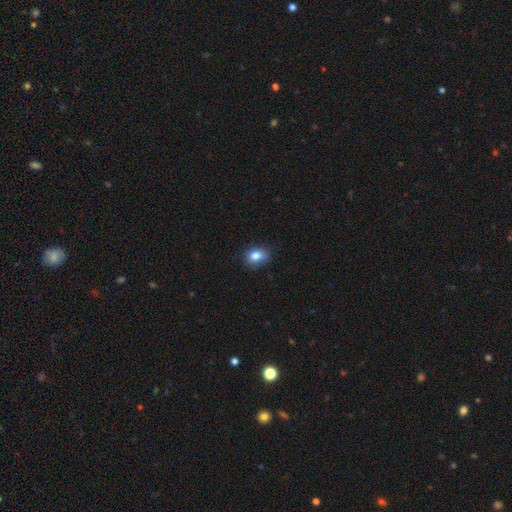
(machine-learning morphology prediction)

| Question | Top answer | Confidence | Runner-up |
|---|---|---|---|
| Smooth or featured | smooth | 83% | star or artifact (9%) |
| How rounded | in between | 64% | round (35%) |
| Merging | none | 79% | minor disturbance (17%) |